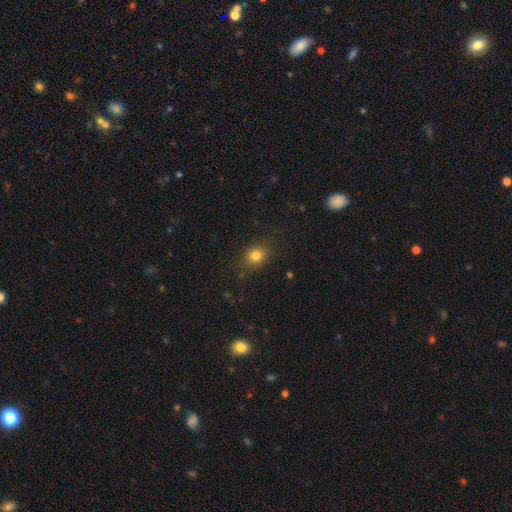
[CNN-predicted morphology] This appears to be a smooth galaxy with no disk features (81%) that is round (65%). Merging: none (84%).